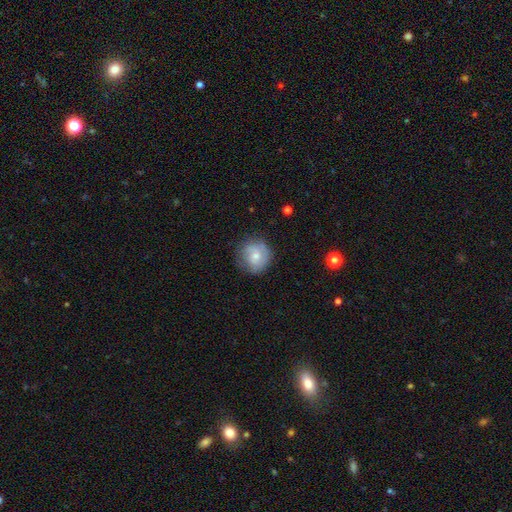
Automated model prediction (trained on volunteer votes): This is likely a smooth galaxy (64%). How rounded: clearly round (88%). Merging: likely none (74%).